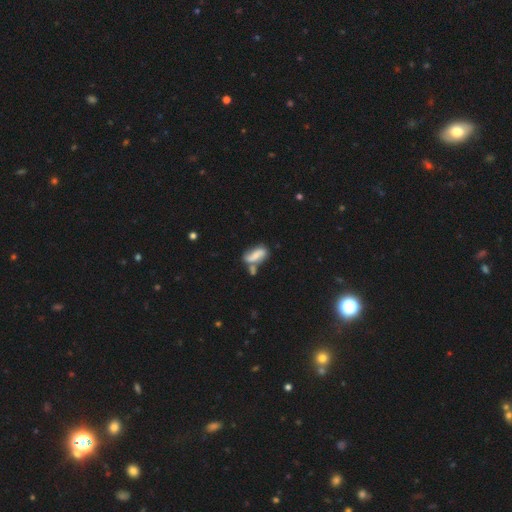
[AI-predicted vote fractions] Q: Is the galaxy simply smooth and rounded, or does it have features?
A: smooth — 52%.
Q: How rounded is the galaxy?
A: in between — 81%.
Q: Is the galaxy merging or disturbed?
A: merger — 35%.